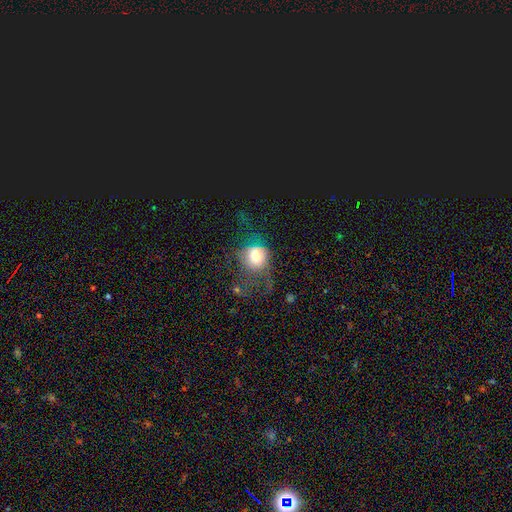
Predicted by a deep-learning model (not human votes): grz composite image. It shows a smooth galaxy with no disk features (65%) that is round (75%). Merging: major disturbance (43%).